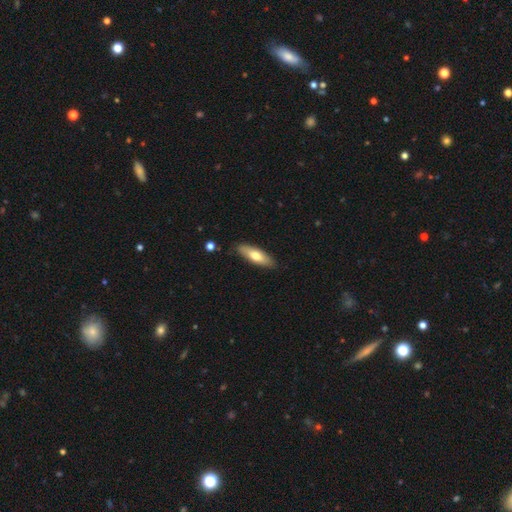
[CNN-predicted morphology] Smooth or featured: smooth — 66% (featured or disk — 29%)
How rounded: in between — 52% (cigar-shaped — 46%)
Merging: none — 86% (minor disturbance — 11%)